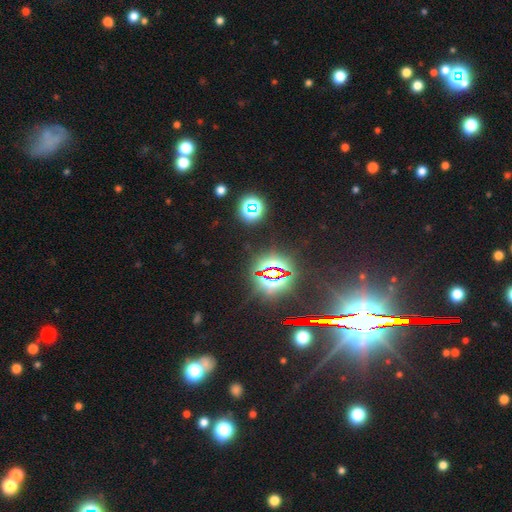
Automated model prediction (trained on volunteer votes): Overall: star or artifact (82%).